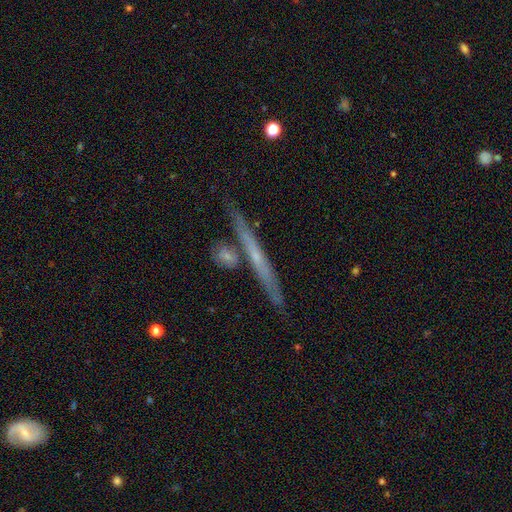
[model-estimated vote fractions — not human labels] Smooth or featured: featured or disk — 59% (smooth — 34%)
Edge-on disk: yes — 95% (no — 5%)
Edge-on bulge: none — 73% (rounded — 23%)
Merging: none — 80% (minor disturbance — 10%)